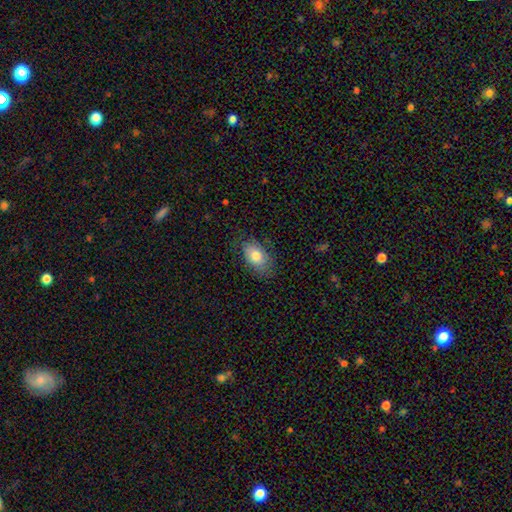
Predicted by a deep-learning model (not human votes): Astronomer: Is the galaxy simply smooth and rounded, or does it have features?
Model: smooth — 76%.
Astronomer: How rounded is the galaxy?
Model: in between — 91%.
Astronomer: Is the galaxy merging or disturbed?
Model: none — 72%.